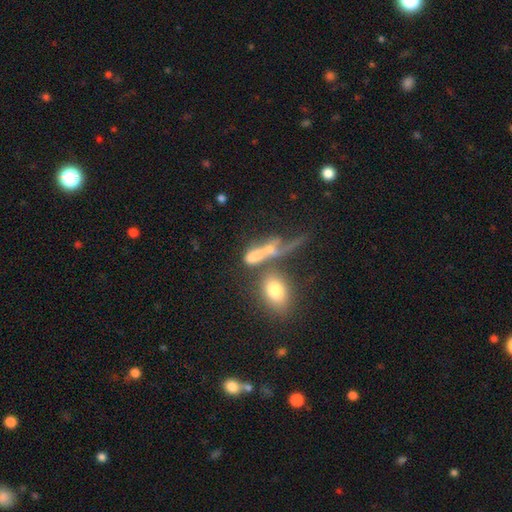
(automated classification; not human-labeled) A smooth galaxy with no disk features (47%).

Vote fractions:
- Smooth or featured? smooth: 47% / featured or disk: 38% / star or artifact: 15%
- Merging? merger: 44% / none: 26% / major disturbance: 18% / minor disturbance: 12%